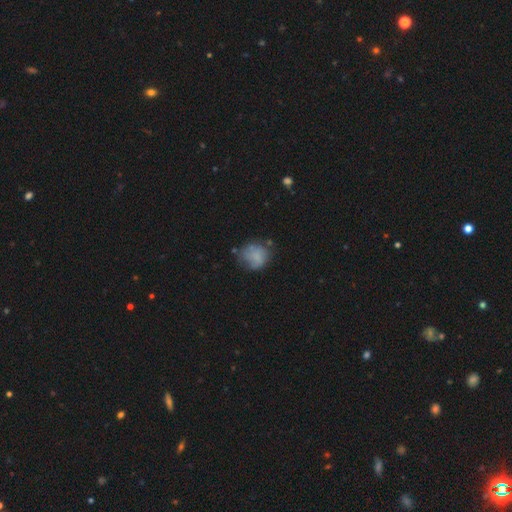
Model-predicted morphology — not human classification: This appears to be a smooth galaxy with no disk features (68%) that is round (70%). Merging: none (49%).